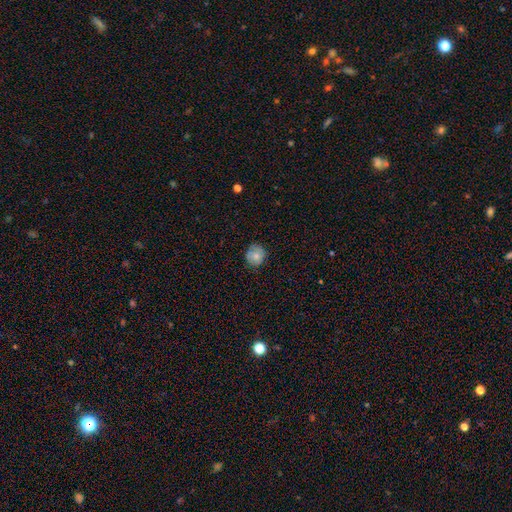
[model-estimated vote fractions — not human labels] Smooth or featured? smooth (76%)
How rounded? round (89%)
Merging? none (79%)